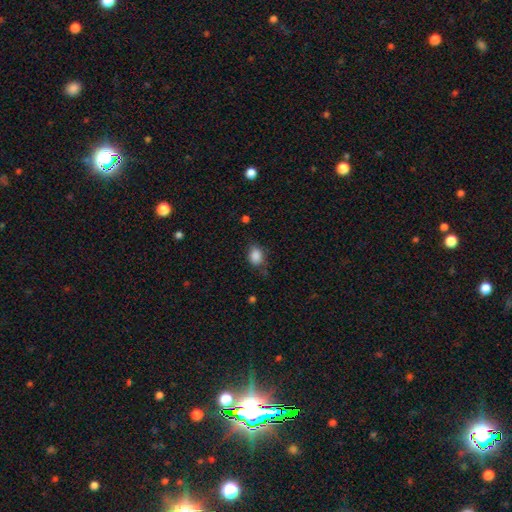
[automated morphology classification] smooth_or_featured: smooth (p=0.86) [alt: star or artifact p=0.09]
how_rounded: in between (p=0.65) [alt: round p=0.33]
merging: none (p=0.66) [alt: minor disturbance p=0.25]